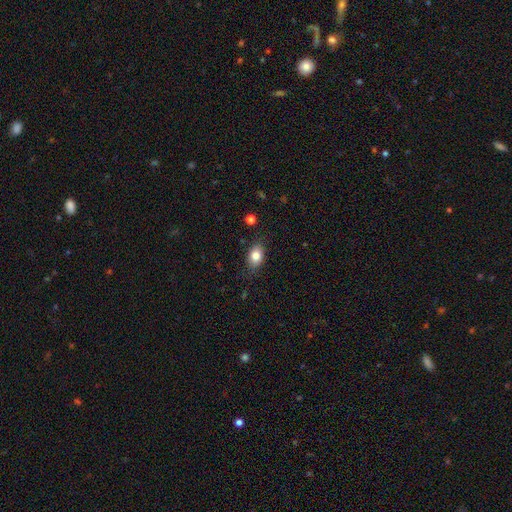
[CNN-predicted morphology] Overall: smooth (82%). How rounded: in between (80%). Merging: none (82%).